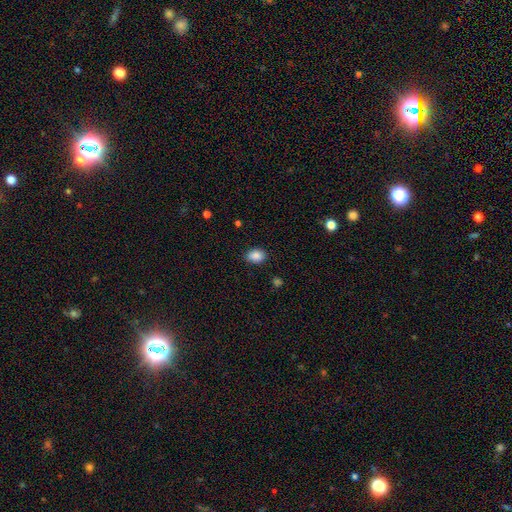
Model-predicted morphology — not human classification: Overall: smooth (88%). How rounded: in between (74%). Merging: none (84%).